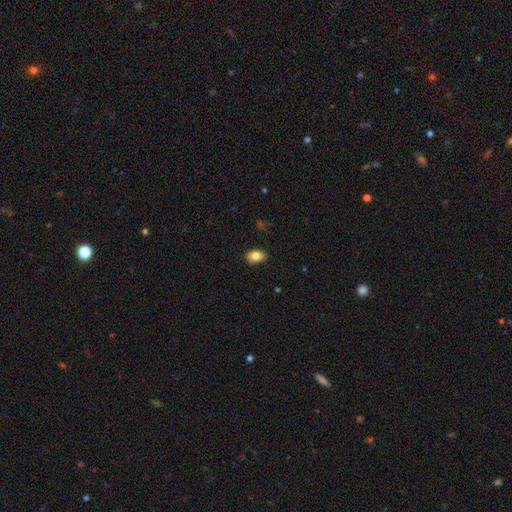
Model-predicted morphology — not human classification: smooth 82%, featured or disk 10%, star or artifact 8%. Down the decision tree: how rounded — in between (84%); merging — none (85%).